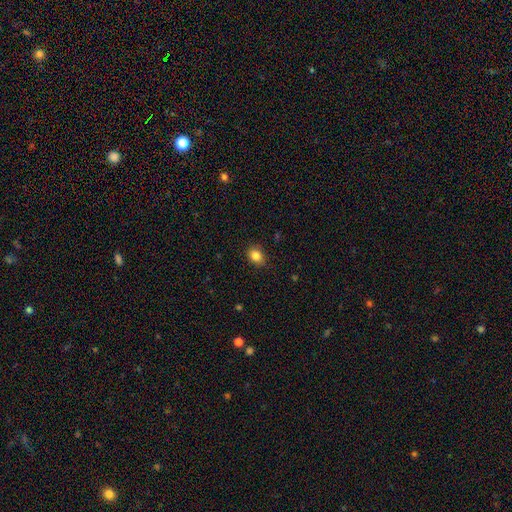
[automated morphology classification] Smooth or featured? Predicted: smooth (p=0.85). How rounded? Predicted: round (p=0.53). Merging? Predicted: none (p=0.86).